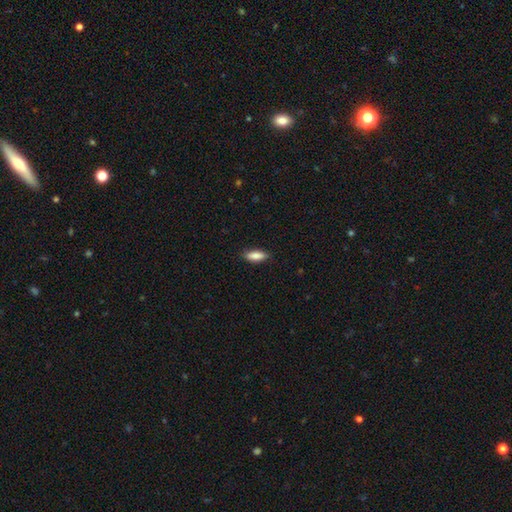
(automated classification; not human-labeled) smooth-or-featured: smooth: 85% | featured or disk: 9% | star or artifact: 6%
  how-rounded: in between: 73% | cigar-shaped: 25% | round: 2%
  merging: none: 86% | minor disturbance: 11% | major disturbance: 2% | merger: 1%